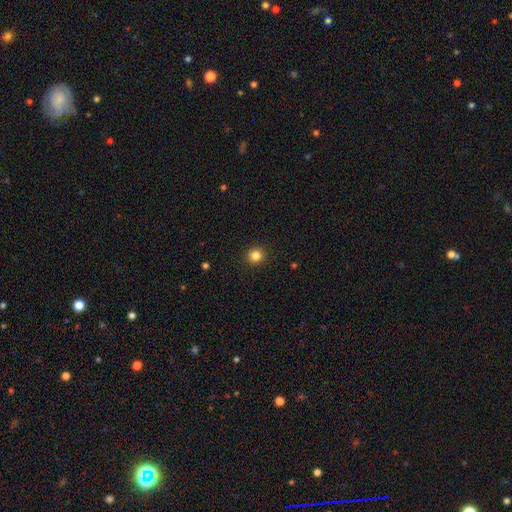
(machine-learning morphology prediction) Overall: smooth (83%). How rounded: round (94%). Merging: none (93%).